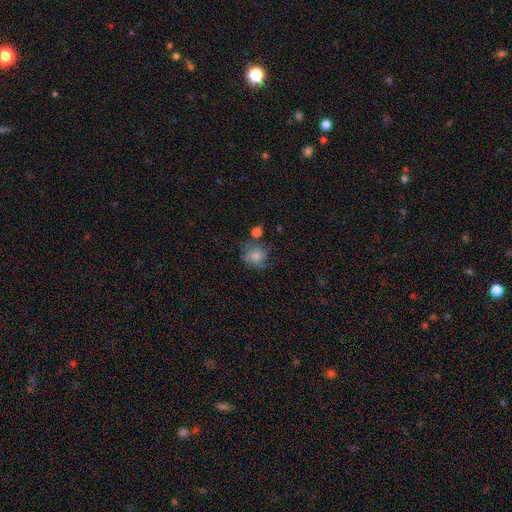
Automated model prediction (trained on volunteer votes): A smooth galaxy with no disk features (70%) that is round (72%). Merging: none (55%).